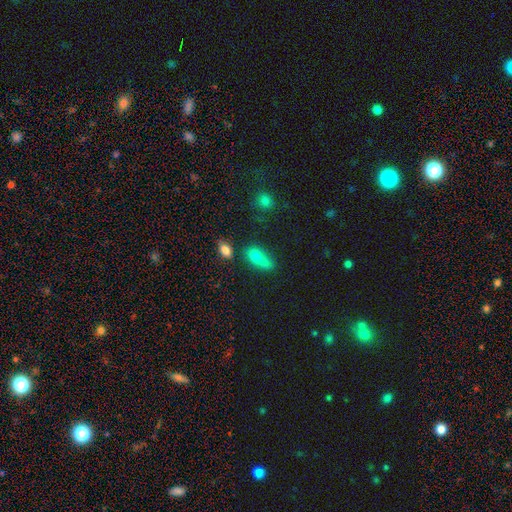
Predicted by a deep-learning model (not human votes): Smooth or featured? Predicted: smooth (p=0.71). How rounded? Predicted: in between (p=0.65). Merging? Predicted: merger (p=0.46).